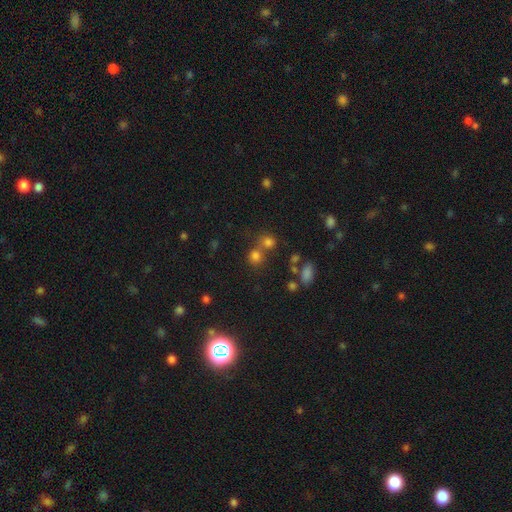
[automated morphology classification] Smooth or featured: smooth — 73% (star or artifact — 19%)
How rounded: round — 83% (in between — 15%)
Merging: none — 56% (merger — 32%)